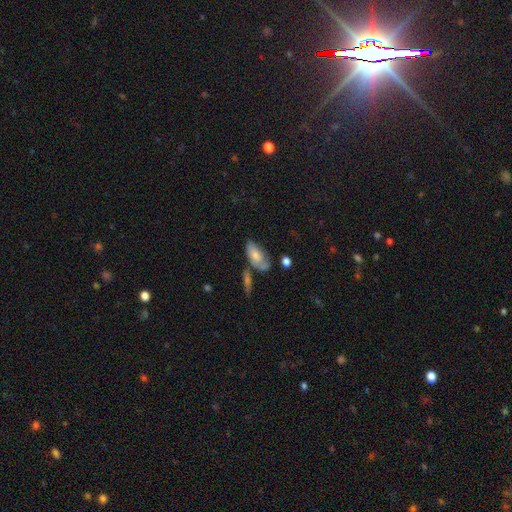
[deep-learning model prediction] Smooth or featured? Predicted: smooth (p=0.65). How rounded? Predicted: in between (p=0.89). Merging? Predicted: none (p=0.43).